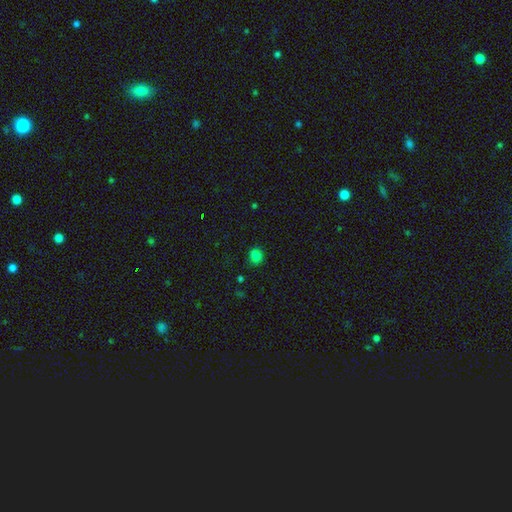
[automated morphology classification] smooth_or_featured: smooth (p=0.80) [alt: star or artifact p=0.17]
how_rounded: round (p=0.63) [alt: in between p=0.36]
merging: none (p=0.81) [alt: minor disturbance p=0.13]